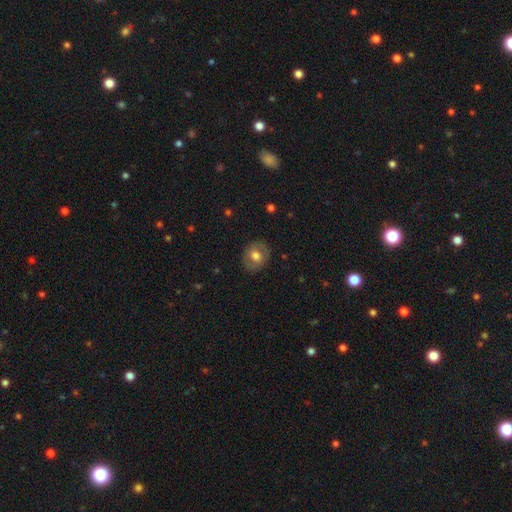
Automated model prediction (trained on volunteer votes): Smooth or featured? smooth (62%)
How rounded? round (62%)
Merging? none (84%)